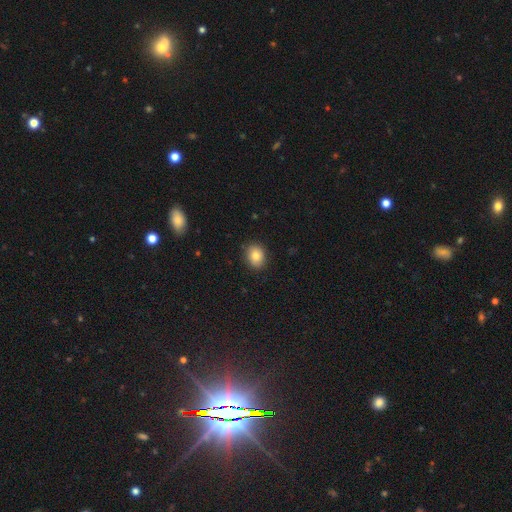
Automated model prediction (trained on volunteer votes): Morphology: type=smooth (83%); roundness=round (54%); merging=none (87%).